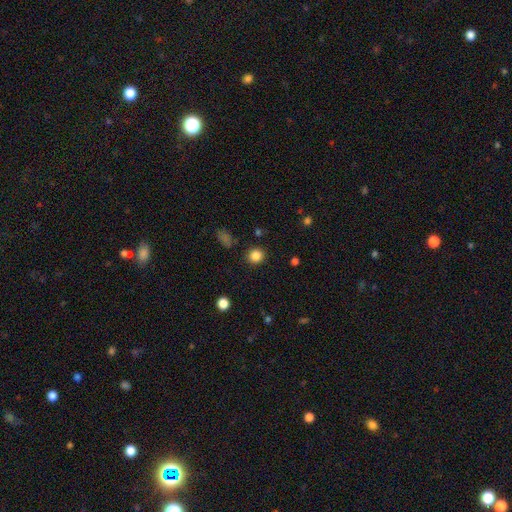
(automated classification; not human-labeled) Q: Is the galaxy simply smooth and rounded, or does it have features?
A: smooth — 85%.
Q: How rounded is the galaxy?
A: round — 90%.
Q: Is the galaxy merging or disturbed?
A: none — 90%.